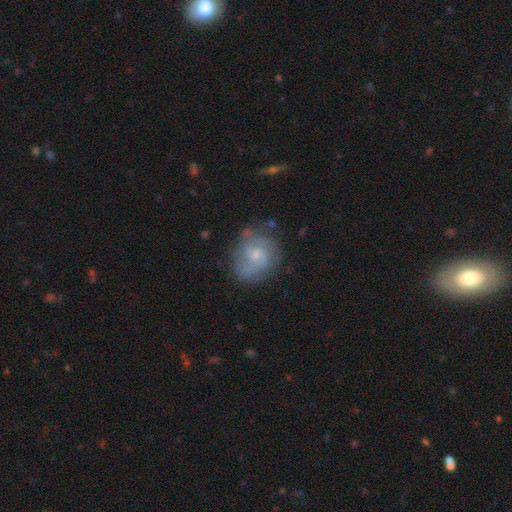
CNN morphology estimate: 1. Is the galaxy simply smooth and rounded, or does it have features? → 74% featured or disk, 20% smooth, 7% star or artifact.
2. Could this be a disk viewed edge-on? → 98% no, 2% yes.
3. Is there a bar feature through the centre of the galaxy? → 56% no, 40% weak, 5% strong.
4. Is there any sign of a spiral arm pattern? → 90% yes, 10% no.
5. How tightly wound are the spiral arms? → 44% medium, 42% tight, 14% loose.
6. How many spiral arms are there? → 60% 2, 21% can't tell, 11% 3, 4% 1, 3% 4, 2% more than 4.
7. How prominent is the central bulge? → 59% small, 30% moderate, 8% none, 2% large, 1% dominant.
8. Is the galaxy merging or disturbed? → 69% none, 20% minor disturbance, 9% major disturbance, 2% merger.